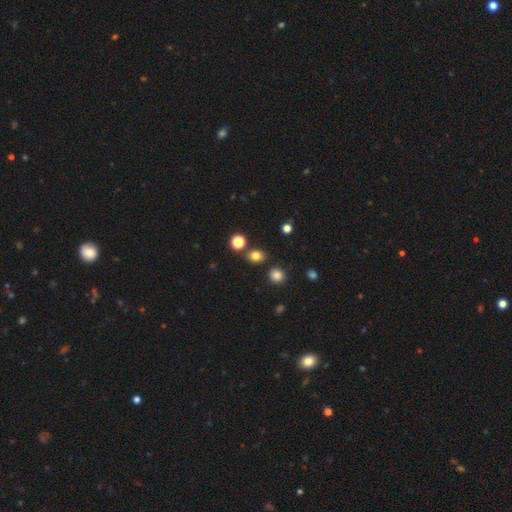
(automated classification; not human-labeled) Smooth or featured?
  - smooth: 78% *
  - star or artifact: 16%
  - featured or disk: 6%
How rounded?
  - round: 63% *
  - in between: 36%
  - cigar-shaped: 1%
Merging?
  - none: 81% *
  - minor disturbance: 9%
  - merger: 7%
  - major disturbance: 3%